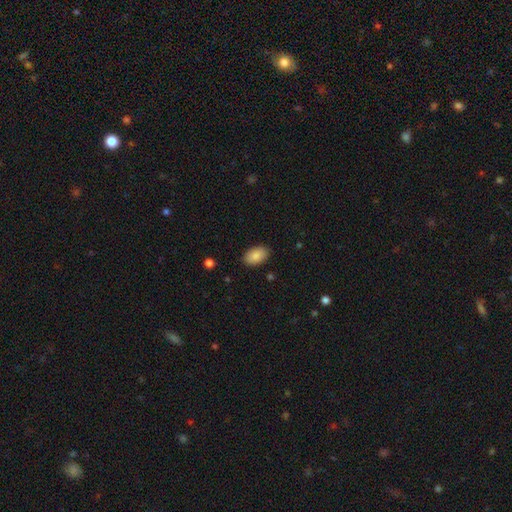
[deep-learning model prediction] Smooth or featured? Predicted: smooth (p=0.88). How rounded? Predicted: in between (p=0.93). Merging? Predicted: none (p=0.88).